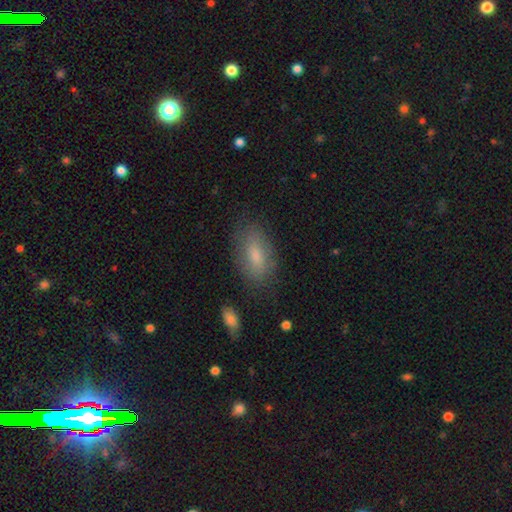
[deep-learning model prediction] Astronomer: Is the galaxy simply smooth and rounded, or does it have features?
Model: smooth — 76%.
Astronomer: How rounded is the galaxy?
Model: in between — 87%.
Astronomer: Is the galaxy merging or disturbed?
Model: none — 79%.